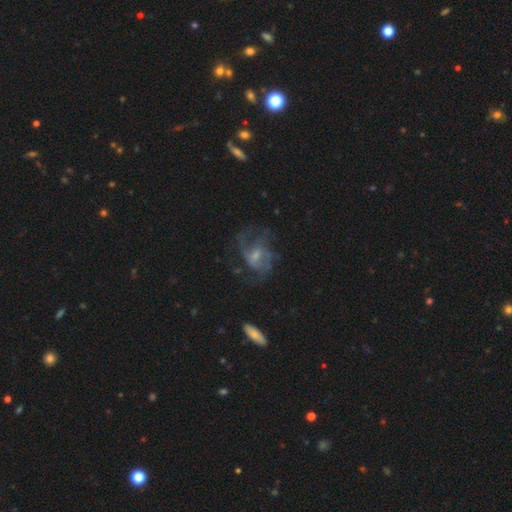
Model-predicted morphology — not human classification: smooth-or-featured: featured or disk: 68% | smooth: 22% | star or artifact: 10%
  disk-edge-on: no: 97% | yes: 3%
    bar: no: 47% | weak: 44% | strong: 9%
    has-spiral-arms: yes: 74% | no: 26%
    bulge-size: small: 48% | moderate: 33% | none: 14% | large: 4% | dominant: 1%
  merging: none: 49% | major disturbance: 30% | minor disturbance: 20% | merger: 2%